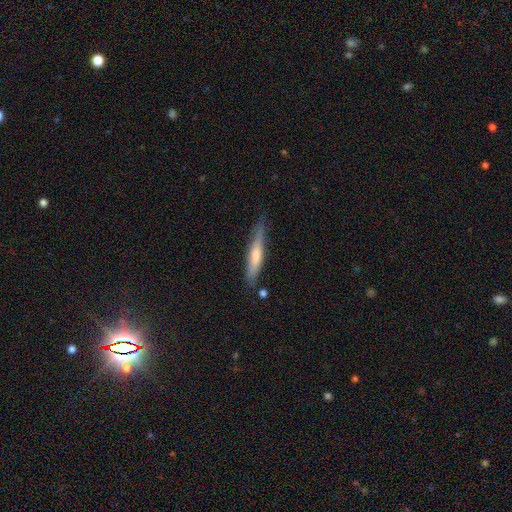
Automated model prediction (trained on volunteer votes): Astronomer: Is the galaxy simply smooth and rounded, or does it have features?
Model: smooth — 61%.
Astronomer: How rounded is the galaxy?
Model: cigar-shaped — 88%.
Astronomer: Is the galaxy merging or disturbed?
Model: none — 76%.